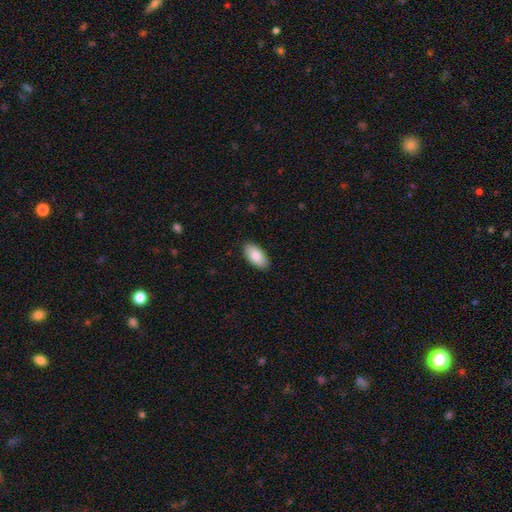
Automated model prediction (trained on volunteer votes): smooth_or_featured: smooth (p=0.87) [alt: featured or disk p=0.07]
how_rounded: in between (p=0.95) [alt: cigar-shaped p=0.03]
merging: none (p=0.89) [alt: minor disturbance p=0.08]